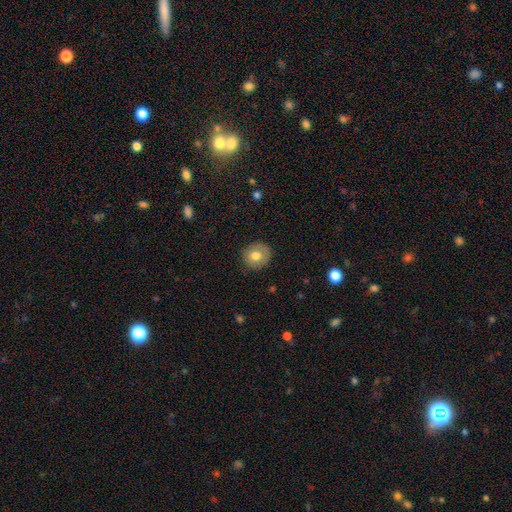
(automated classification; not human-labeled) This appears to be a smooth galaxy with no disk features (75%) that is round (84%). Merging: none (88%).